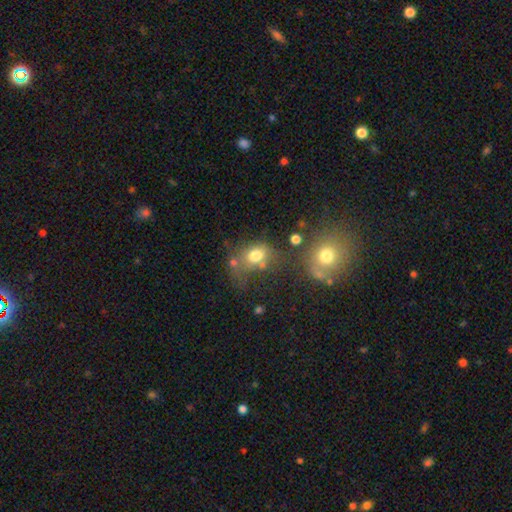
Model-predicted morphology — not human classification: Smooth or featured? smooth (72%)
How rounded? in between (57%)
Merging? none (41%)